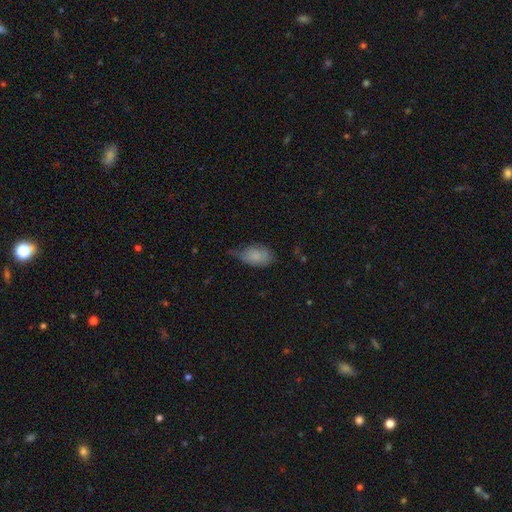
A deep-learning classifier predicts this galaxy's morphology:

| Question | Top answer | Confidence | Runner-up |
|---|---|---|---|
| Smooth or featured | smooth | 82% | featured or disk (10%) |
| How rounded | in between | 91% | round (7%) |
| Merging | minor disturbance | 44% | none (41%) |